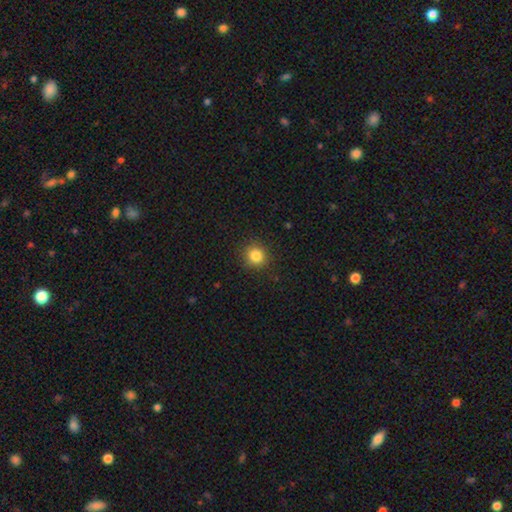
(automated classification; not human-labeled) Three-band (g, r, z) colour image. It shows a smooth galaxy with no disk features (84%) that is round (89%). Merging: none (90%).